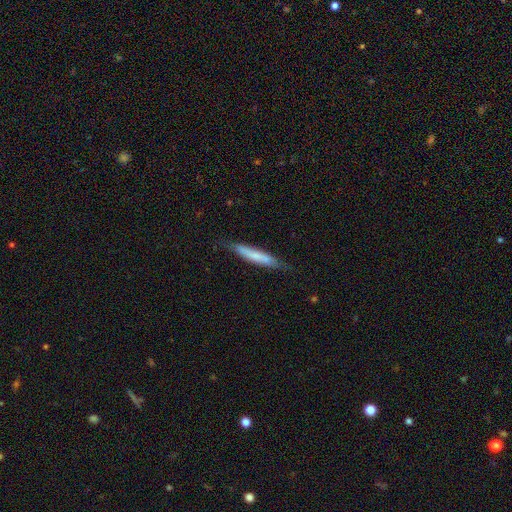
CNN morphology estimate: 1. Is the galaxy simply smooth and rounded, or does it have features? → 63% smooth, 31% featured or disk, 6% star or artifact.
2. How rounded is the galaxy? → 91% cigar-shaped, 7% in between, 1% round.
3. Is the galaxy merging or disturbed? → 76% none, 19% minor disturbance, 4% major disturbance, 1% merger.